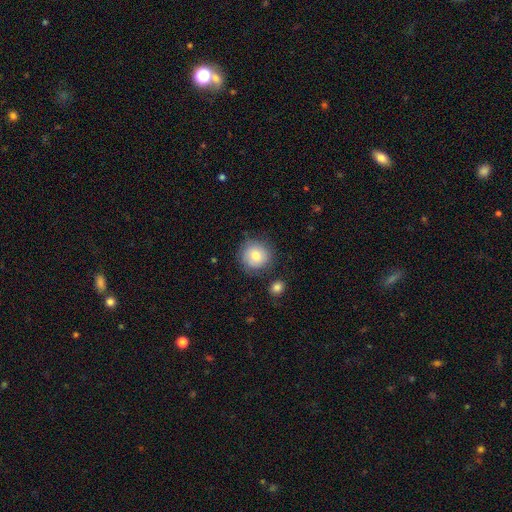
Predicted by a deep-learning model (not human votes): Smooth or featured: smooth — 79% (featured or disk — 13%)
How rounded: round — 92% (in between — 7%)
Merging: none — 81% (minor disturbance — 12%)